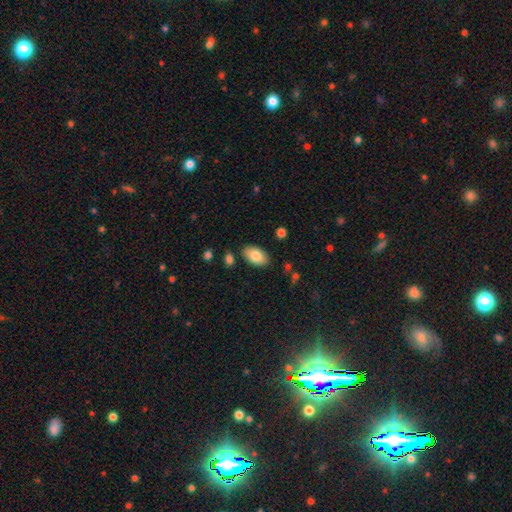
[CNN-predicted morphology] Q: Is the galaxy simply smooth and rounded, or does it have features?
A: smooth — 83%.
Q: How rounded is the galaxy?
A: in between — 94%.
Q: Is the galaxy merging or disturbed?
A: none — 85%.